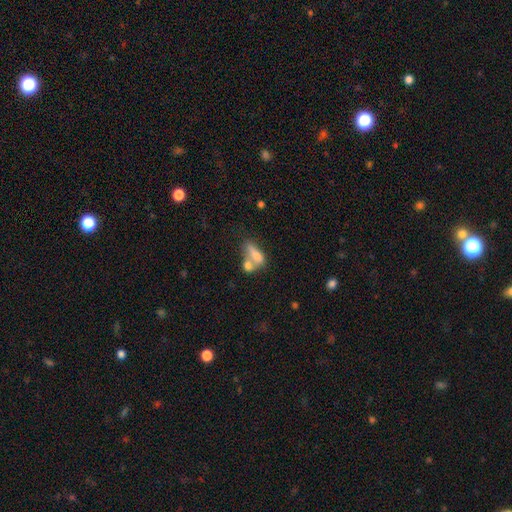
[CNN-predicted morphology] This is likely a smooth galaxy (69%). How rounded: likely in between (67%). Merging: possibly merger (54%).